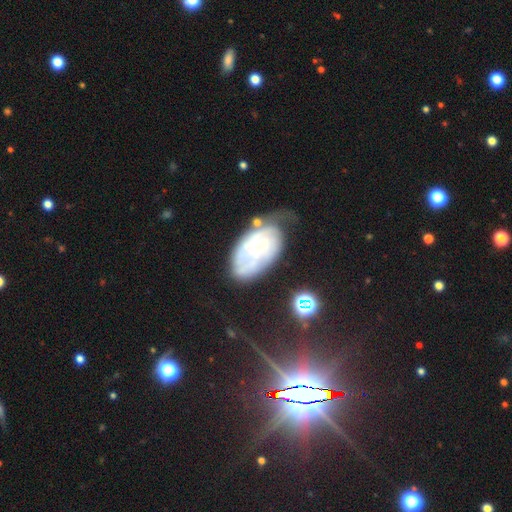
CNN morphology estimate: Overall: featured or disk (66%). Edge-on disk: no (93%). Bar: no (78%). Spiral arms: yes (74%). Bulge size: small (73%). Merging: none (49%; minor disturbance 33%).